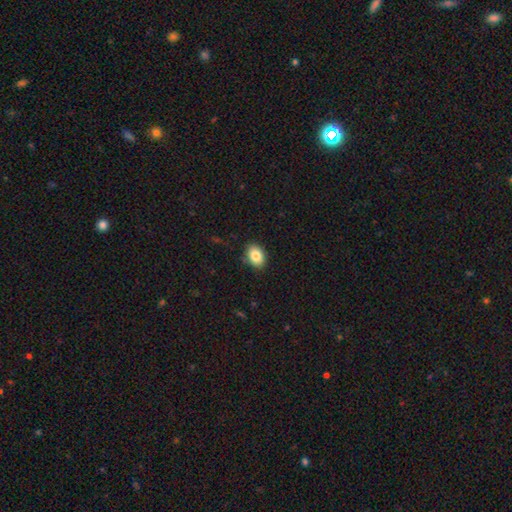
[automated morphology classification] Smooth or featured? Predicted: smooth (p=0.85). How rounded? Predicted: in between (p=0.78). Merging? Predicted: none (p=0.88).